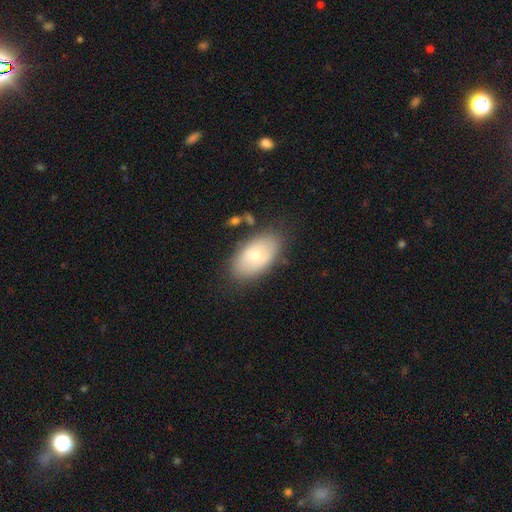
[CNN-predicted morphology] A smooth galaxy with no disk features (69%) that is in between round and cigar-shaped (94%). Merging: none (79%).